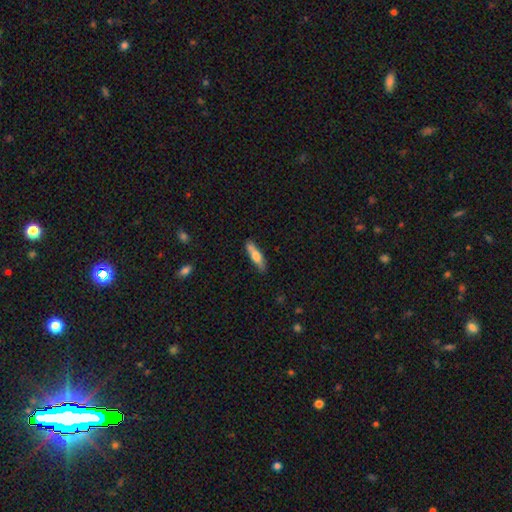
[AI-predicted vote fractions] Smooth or featured?
  - smooth: 65% *
  - featured or disk: 29%
  - star or artifact: 6%
How rounded?
  - cigar-shaped: 70% *
  - in between: 28%
  - round: 2%
Merging?
  - none: 81% *
  - minor disturbance: 14%
  - major disturbance: 3%
  - merger: 2%